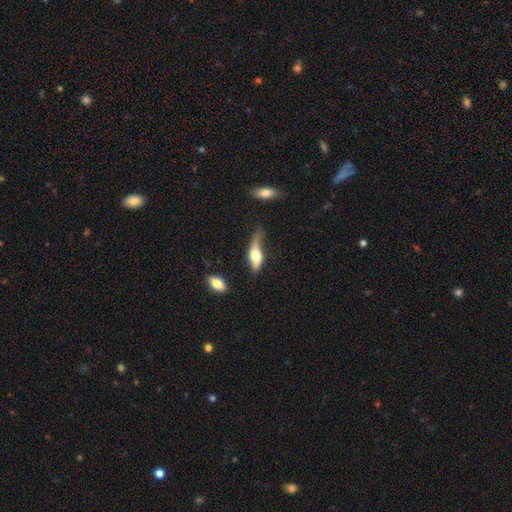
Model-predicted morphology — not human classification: Smooth or featured?
  - smooth: 56% *
  - featured or disk: 37%
  - star or artifact: 7%
How rounded?
  - in between: 66% *
  - cigar-shaped: 29%
  - round: 5%
Merging?
  - minor disturbance: 38% *
  - none: 28%
  - major disturbance: 28%
  - merger: 6%